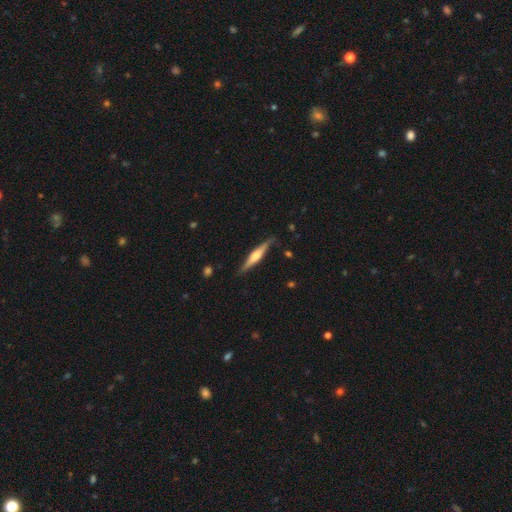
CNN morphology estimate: smooth_or_featured: featured or disk (p=0.60) [alt: smooth p=0.35]
disk_edge_on: yes (p=0.96) [alt: no p=0.04]
edge_on_bulge: rounded (p=0.77) [alt: boxy p=0.16]
merging: none (p=0.82) [alt: minor disturbance p=0.14]